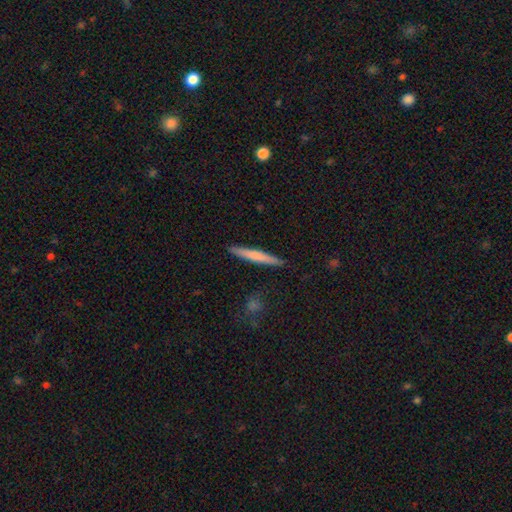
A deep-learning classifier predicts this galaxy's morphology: This appears to be a smooth galaxy with no disk features (65%) that is cigar-shaped (95%). Merging: none (90%).